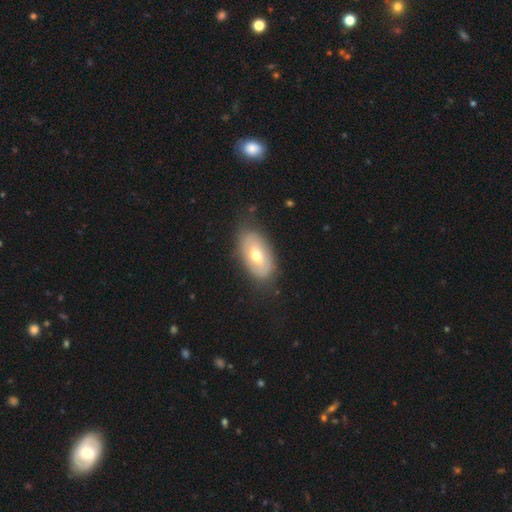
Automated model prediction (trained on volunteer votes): A smooth galaxy with no disk features (56%) that is in between round and cigar-shaped (91%).

Vote fractions:
- Smooth or featured? smooth: 56% / featured or disk: 37% / star or artifact: 7%
- How rounded? in between: 91% / round: 6% / cigar-shaped: 3%
- Merging? none: 75% / minor disturbance: 19% / major disturbance: 5% / merger: 1%